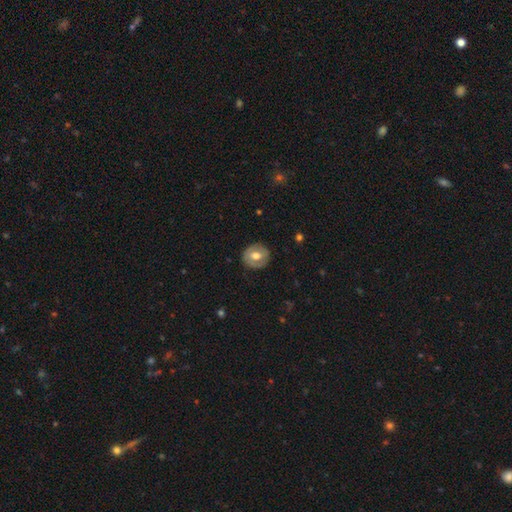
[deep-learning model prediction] smooth 53%, featured or disk 40%, star or artifact 6%. Down the decision tree: how rounded — round (82%); merging — none (84%).